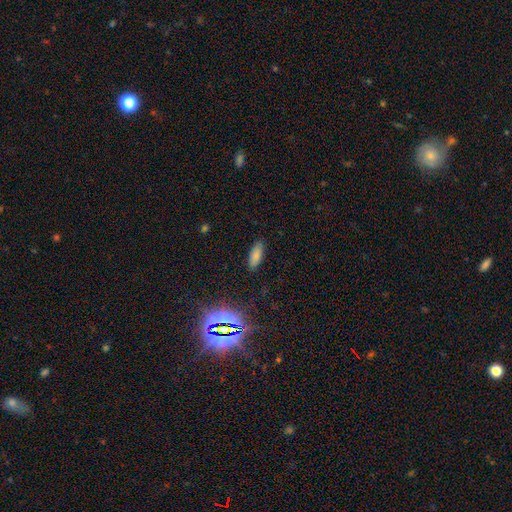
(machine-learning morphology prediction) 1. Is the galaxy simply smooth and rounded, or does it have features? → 80% smooth, 12% star or artifact, 8% featured or disk.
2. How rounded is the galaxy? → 77% in between, 21% cigar-shaped, 2% round.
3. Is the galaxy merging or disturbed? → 87% none, 9% minor disturbance, 2% major disturbance, 1% merger.